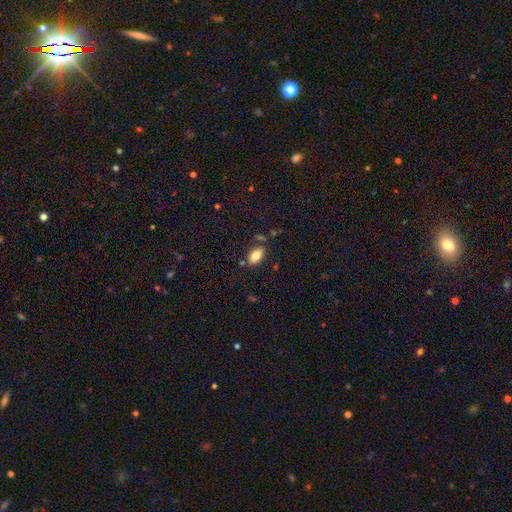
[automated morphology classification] A smooth galaxy with no disk features (82%) that is in between round and cigar-shaped (92%). Merging: none (81%).